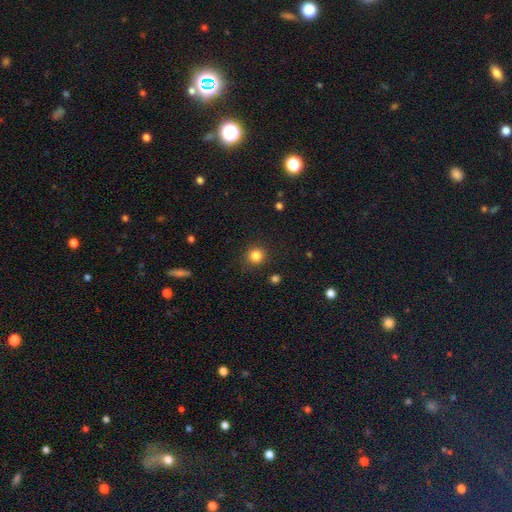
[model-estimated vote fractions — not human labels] Smooth or featured? Predicted: smooth (p=0.83). How rounded? Predicted: round (p=0.90). Merging? Predicted: none (p=0.87).